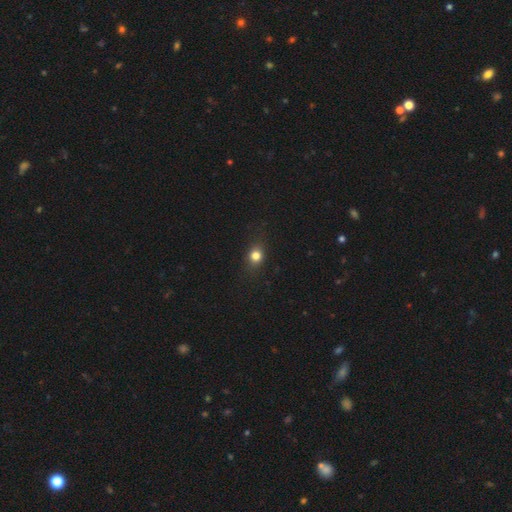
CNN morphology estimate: type=smooth (78%); roundness=round (61%); merging=none (84%).